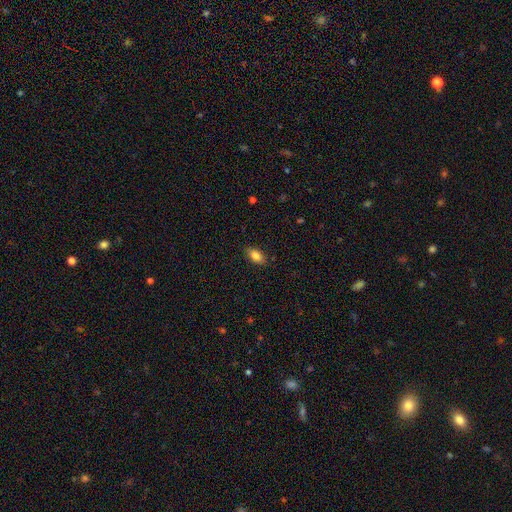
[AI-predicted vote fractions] smooth-or-featured: smooth: 84% | star or artifact: 8% | featured or disk: 8%
  how-rounded: in between: 90% | cigar-shaped: 5% | round: 5%
  merging: none: 87% | minor disturbance: 10% | major disturbance: 2% | merger: 1%